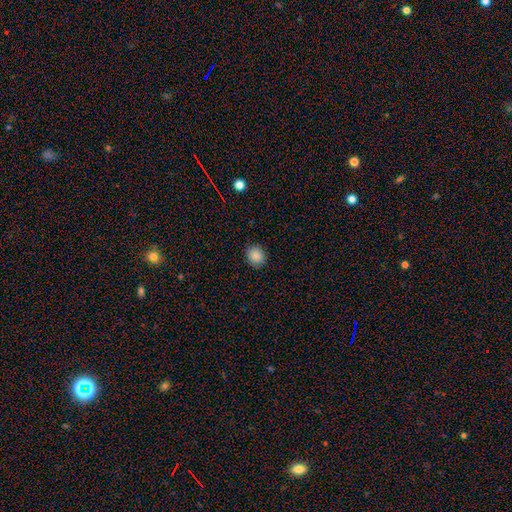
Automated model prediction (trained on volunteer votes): A smooth galaxy with no disk features (87%) that is round (74%).

Vote fractions:
- Smooth or featured? smooth: 87% / star or artifact: 9% / featured or disk: 4%
- How rounded? round: 74% / in between: 25% / cigar-shaped: 1%
- Merging? none: 88% / minor disturbance: 8% / major disturbance: 2% / merger: 1%